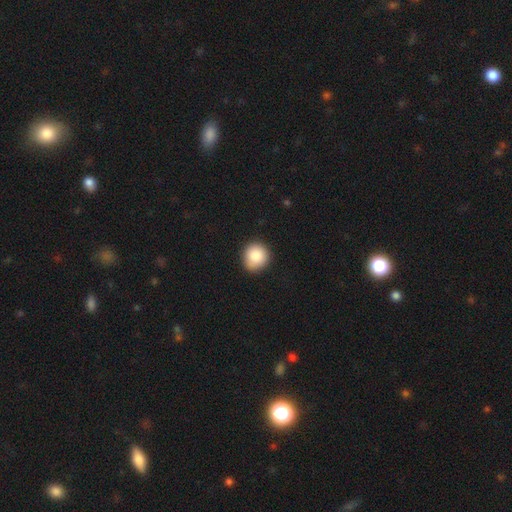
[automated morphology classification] A smooth galaxy with no disk features (85%) that is round (89%). Merging: none (86%).